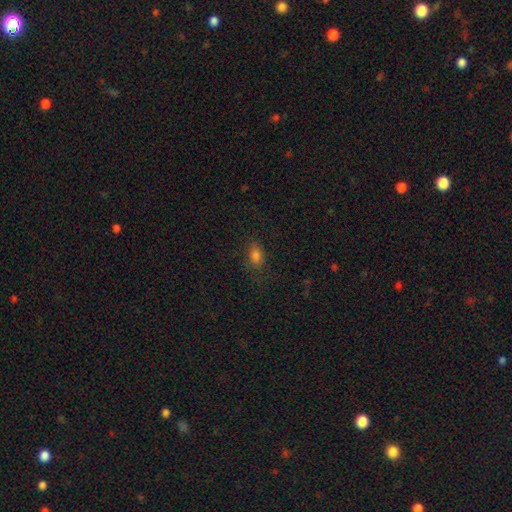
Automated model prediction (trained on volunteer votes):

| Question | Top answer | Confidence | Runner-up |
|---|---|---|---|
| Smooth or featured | smooth | 78% | star or artifact (15%) |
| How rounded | in between | 75% | round (23%) |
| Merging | none | 77% | minor disturbance (16%) |